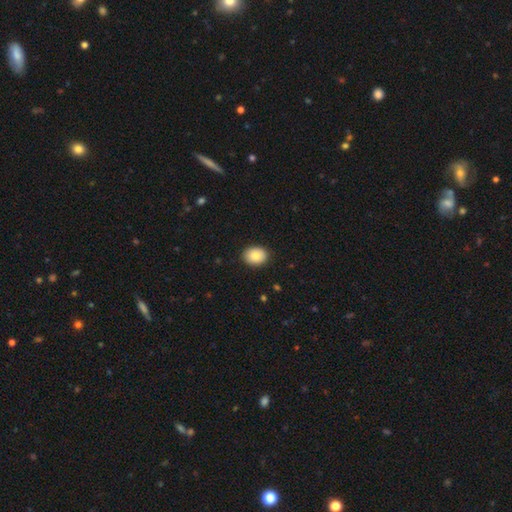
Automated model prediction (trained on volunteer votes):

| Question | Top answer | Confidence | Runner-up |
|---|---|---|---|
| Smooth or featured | smooth | 84% | featured or disk (8%) |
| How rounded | in between | 58% | round (42%) |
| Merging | none | 90% | minor disturbance (8%) |